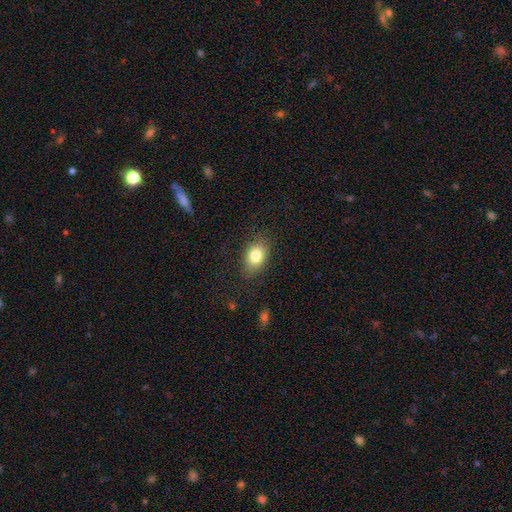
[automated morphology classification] Overall: smooth (81%). How rounded: in between (82%). Merging: none (83%).